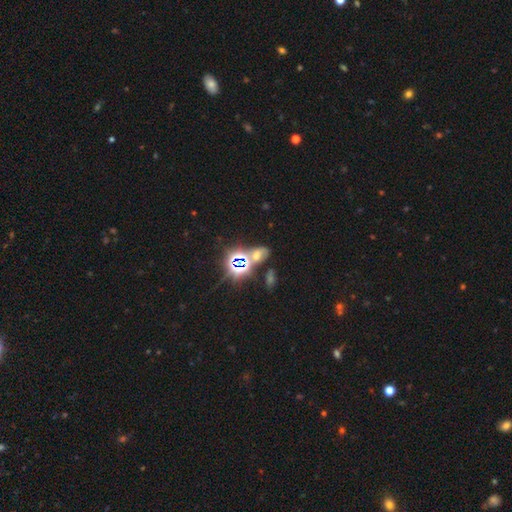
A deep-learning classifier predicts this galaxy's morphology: smooth_or_featured: star or artifact (p=0.62) [alt: smooth p=0.26]